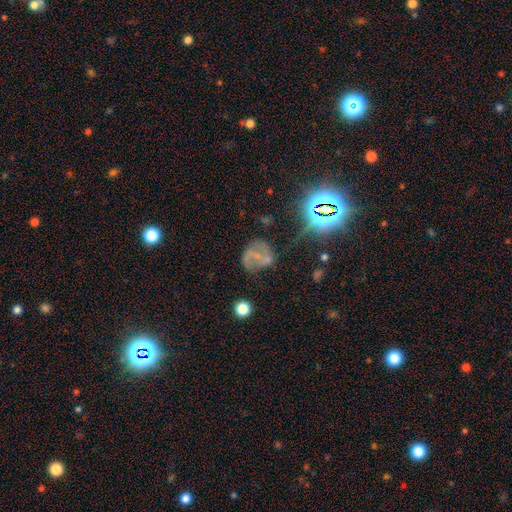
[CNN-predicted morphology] Smooth or featured? featured or disk (52%)
Edge-on disk? no (97%)
Bar? no (44%)
Spiral arms? yes (66%)
Bulge size? none (52%)
Merging? none (49%)